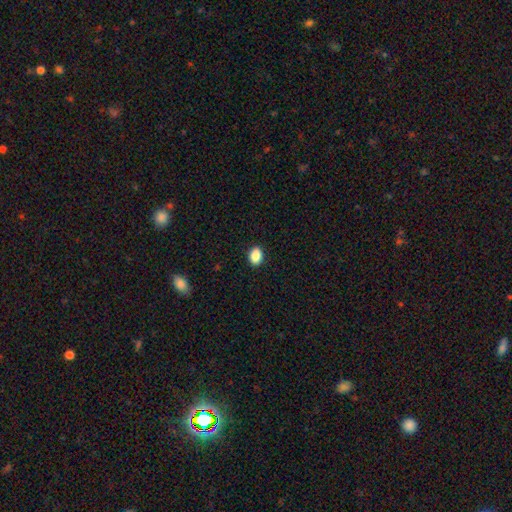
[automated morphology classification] type=smooth (88%); roundness=in between (79%); merging=none (90%).